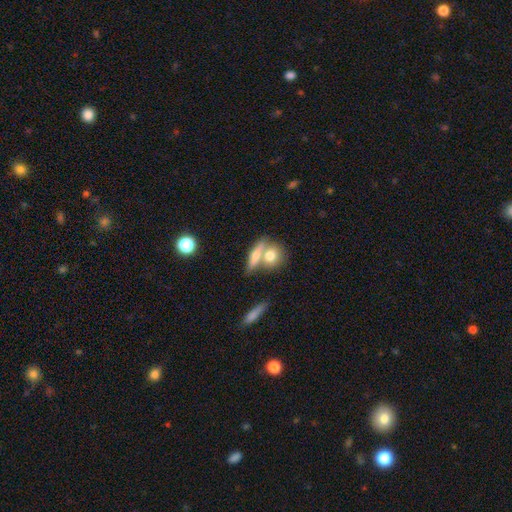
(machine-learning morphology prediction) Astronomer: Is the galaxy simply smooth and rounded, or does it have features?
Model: smooth — 66%.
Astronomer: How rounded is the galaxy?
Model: in between — 38% (runner-up: cigar-shaped, 32%).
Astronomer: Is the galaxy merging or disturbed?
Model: none — 44% (runner-up: merger, 43%).